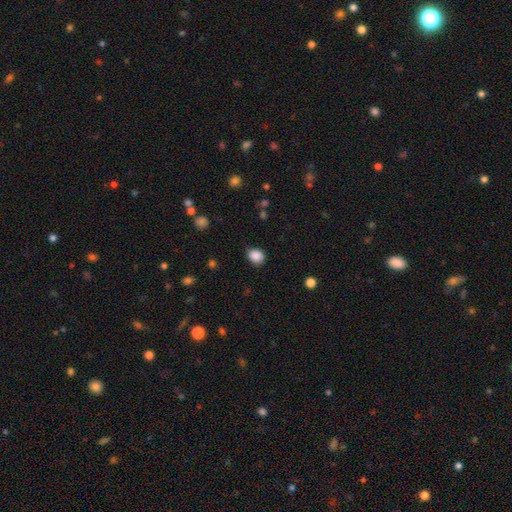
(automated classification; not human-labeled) Q: Smooth or featured?
A: smooth (87%); runner-up: star or artifact (9%)
Q: How rounded?
A: round (57%); runner-up: in between (42%)
Q: Merging?
A: none (79%); runner-up: minor disturbance (16%)